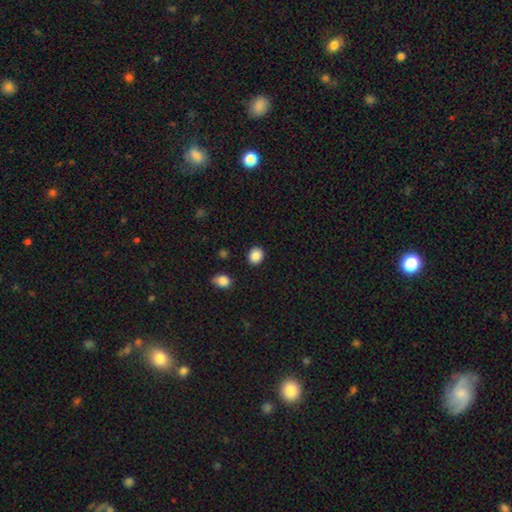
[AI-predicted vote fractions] Overall: smooth (88%). How rounded: round (71%). Merging: none (89%).